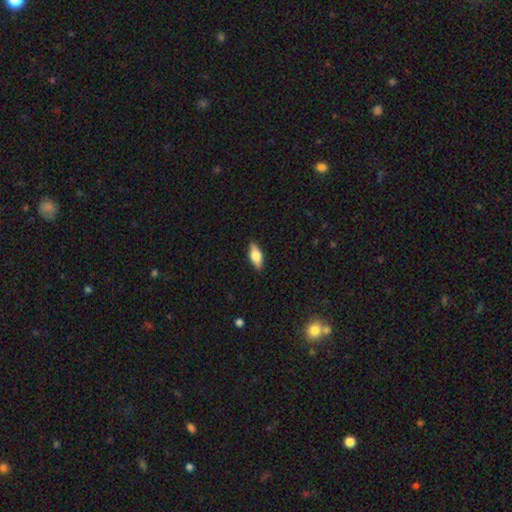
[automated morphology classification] A smooth galaxy with no disk features (61%) that is in between round and cigar-shaped (73%). Merging: none (89%).